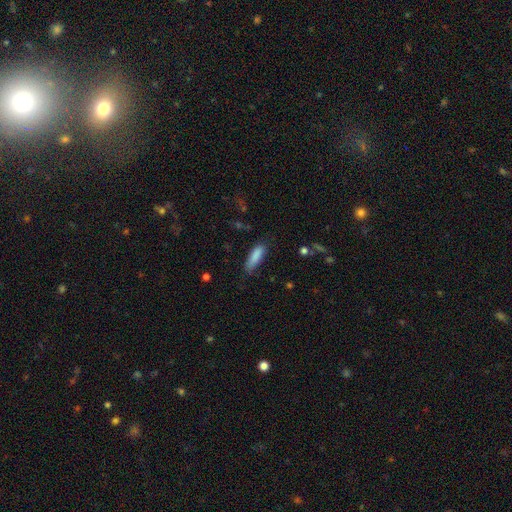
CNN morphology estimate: This is clearly a smooth galaxy (86%). How rounded: possibly cigar-shaped (56%). Merging: likely none (74%).